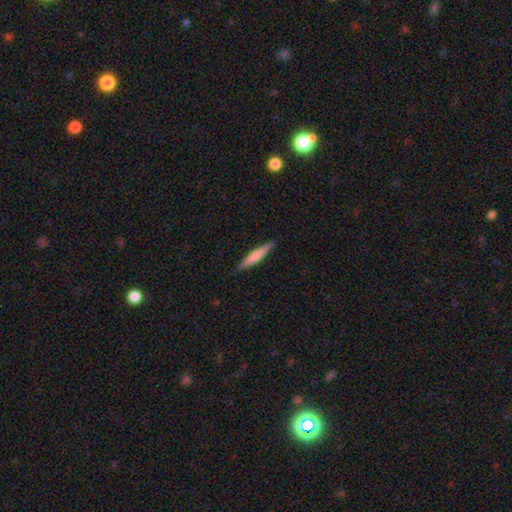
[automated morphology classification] smooth_or_featured: smooth (p=0.62) [alt: featured or disk p=0.33]
how_rounded: cigar-shaped (p=0.93) [alt: in between p=0.06]
merging: none (p=0.90) [alt: minor disturbance p=0.07]